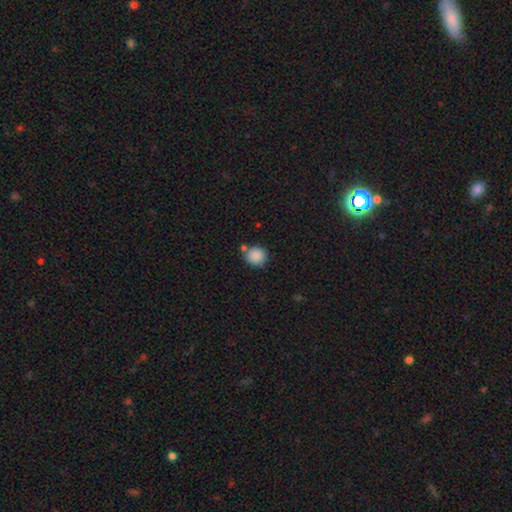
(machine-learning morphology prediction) This is clearly a smooth galaxy (88%). How rounded: clearly round (86%). Merging: likely none (71%).